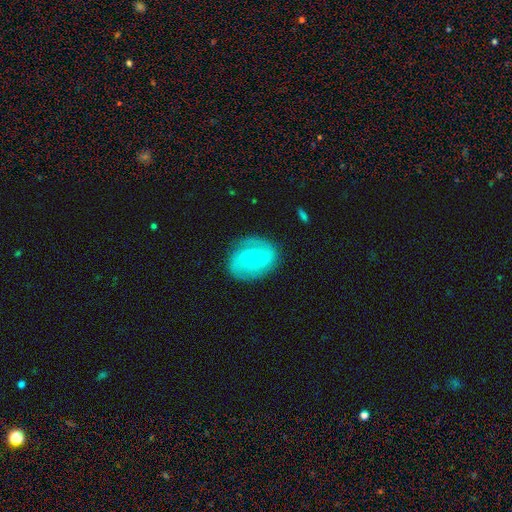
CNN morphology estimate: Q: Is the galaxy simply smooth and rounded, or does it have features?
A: featured or disk — 77%.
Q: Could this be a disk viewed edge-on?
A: no — 98%.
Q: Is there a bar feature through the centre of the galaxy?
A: weak — 50%.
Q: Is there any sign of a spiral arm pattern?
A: yes — 94%.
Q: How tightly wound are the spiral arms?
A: medium — 48%.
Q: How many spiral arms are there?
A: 2 — 73%.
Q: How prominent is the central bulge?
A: small — 61%.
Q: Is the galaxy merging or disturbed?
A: none — 76%.